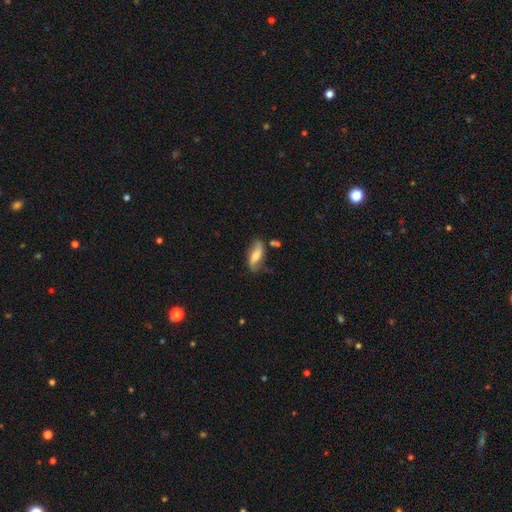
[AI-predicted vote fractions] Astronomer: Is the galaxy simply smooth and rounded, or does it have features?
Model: featured or disk — 51% (runner-up: smooth, 42%).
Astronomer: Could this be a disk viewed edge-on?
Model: no — 80%.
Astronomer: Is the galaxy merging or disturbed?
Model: none — 64%.